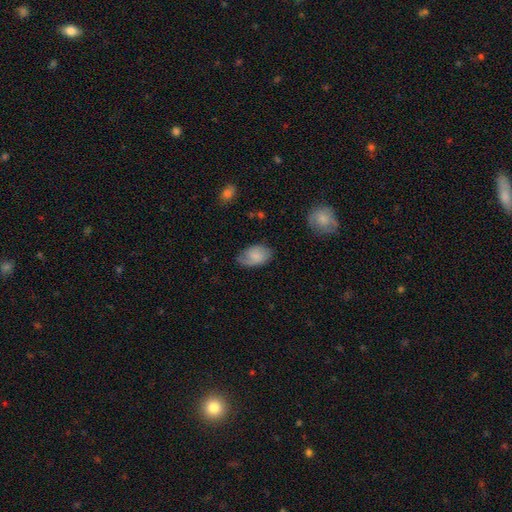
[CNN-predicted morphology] This is likely a smooth galaxy (72%). How rounded: clearly in between (91%). Merging: likely none (64%).